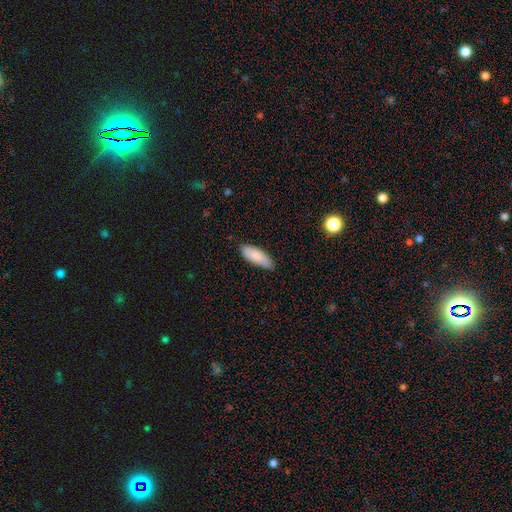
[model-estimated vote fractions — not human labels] Overall: smooth (88%). How rounded: in between (72%). Merging: none (82%).